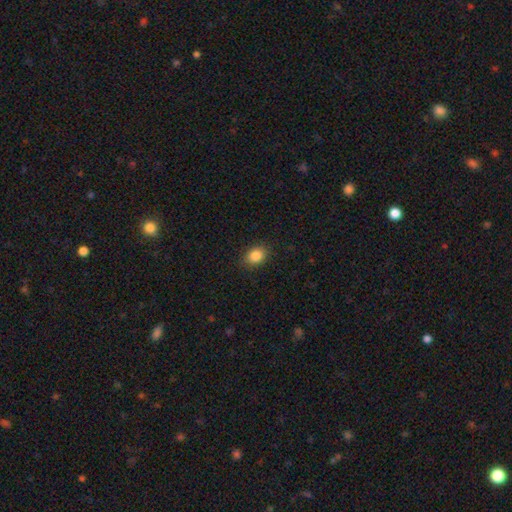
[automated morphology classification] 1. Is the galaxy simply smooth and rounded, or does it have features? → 86% smooth, 9% star or artifact, 5% featured or disk.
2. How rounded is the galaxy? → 69% in between, 30% round, 1% cigar-shaped.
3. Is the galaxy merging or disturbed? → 87% none, 10% minor disturbance, 2% major disturbance, 1% merger.